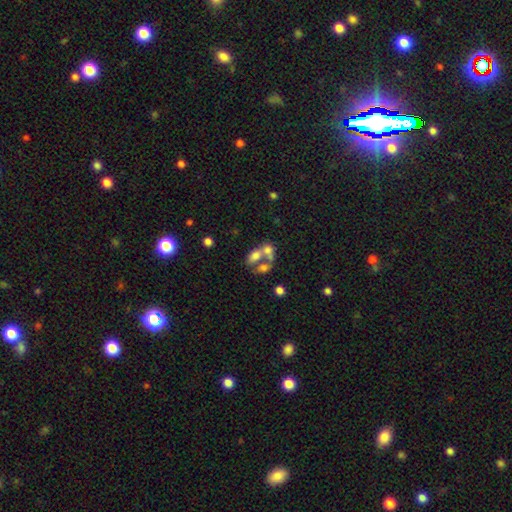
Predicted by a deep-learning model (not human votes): smooth_or_featured: smooth (p=0.60) [alt: featured or disk p=0.27]
how_rounded: in between (p=0.79) [alt: round p=0.18]
merging: merger (p=0.60) [alt: none p=0.22]